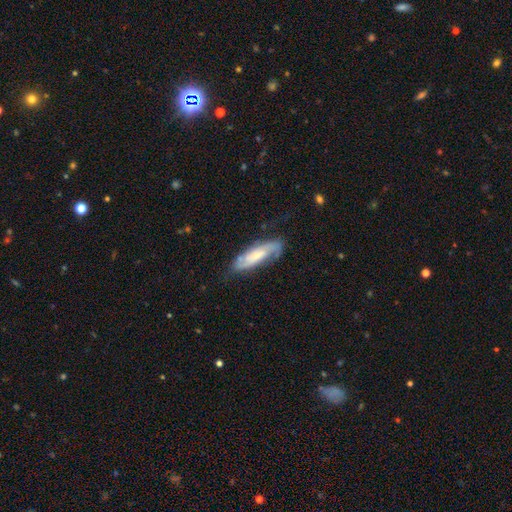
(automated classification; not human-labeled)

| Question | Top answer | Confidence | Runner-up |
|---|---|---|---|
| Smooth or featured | featured or disk | 64% | smooth (30%) |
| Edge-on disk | no | 81% | yes (19%) |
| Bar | no | 52% | weak (35%) |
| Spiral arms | yes | 91% | no (9%) |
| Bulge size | small | 48% | moderate (33%) |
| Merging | none | 69% | minor disturbance (21%) |